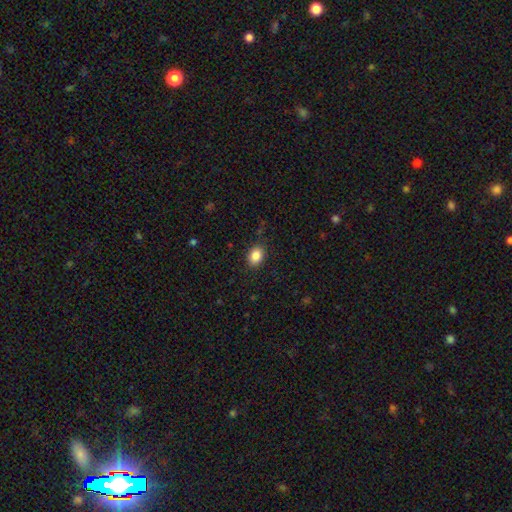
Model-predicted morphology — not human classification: This is clearly a smooth galaxy (86%). How rounded: likely in between (73%). Merging: clearly none (87%).